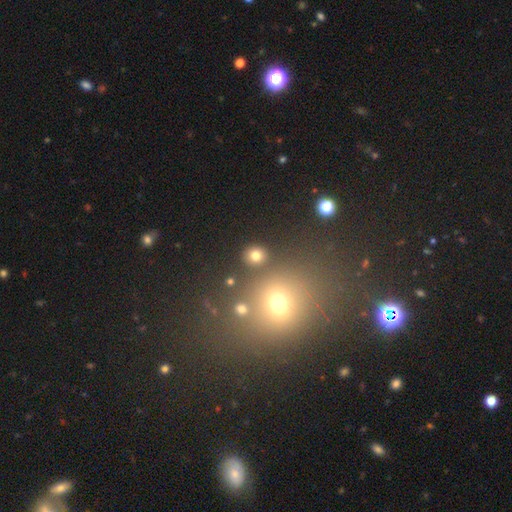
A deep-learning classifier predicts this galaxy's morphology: The model was most divided on "smooth or featured": smooth: 78%, star or artifact: 16%, featured or disk: 7%. More confident: merging — none (84%); how rounded — round (81%).